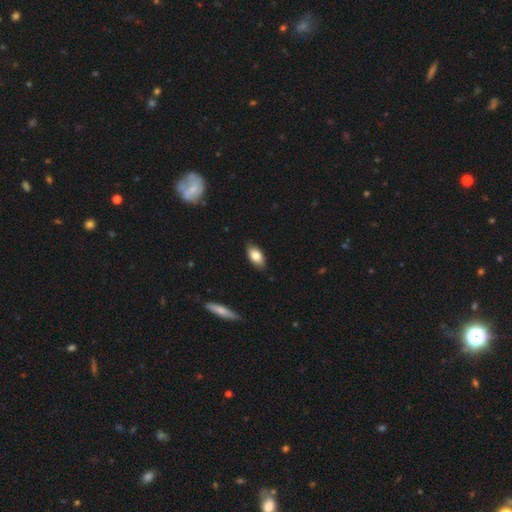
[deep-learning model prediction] Smooth or featured: smooth — 80% (featured or disk — 14%)
How rounded: in between — 90% (cigar-shaped — 6%)
Merging: none — 86% (minor disturbance — 11%)